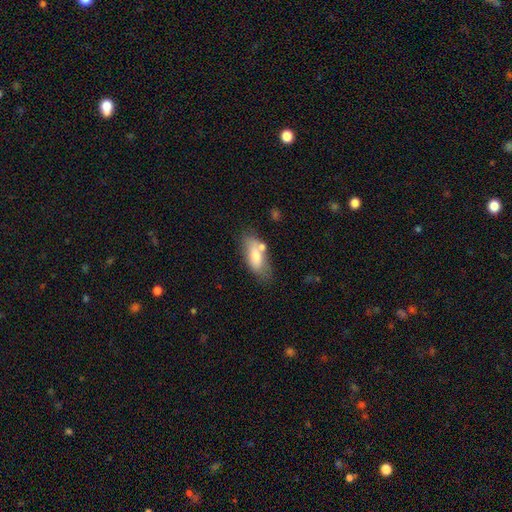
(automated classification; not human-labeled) Overall: smooth (71%). How rounded: in between (81%). Merging: none (58%; minor disturbance 21%).